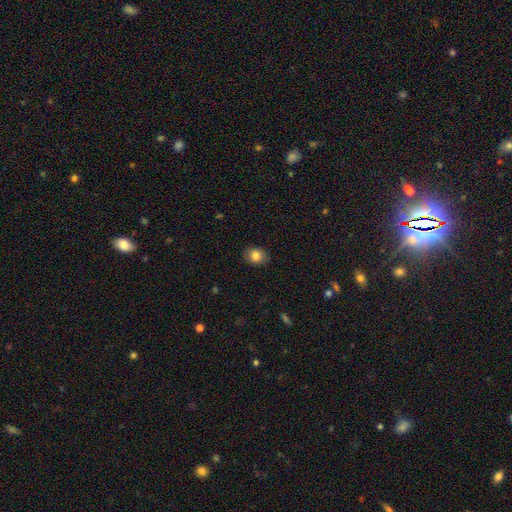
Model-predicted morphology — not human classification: type=smooth (82%); roundness=in between (55%); merging=none (86%).